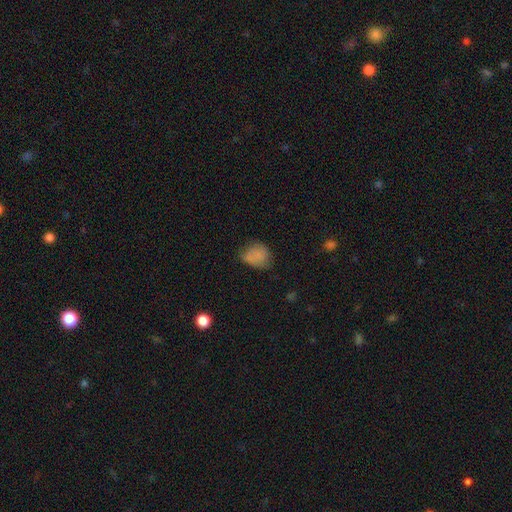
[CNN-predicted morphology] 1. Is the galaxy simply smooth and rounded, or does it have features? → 77% smooth, 12% featured or disk, 11% star or artifact.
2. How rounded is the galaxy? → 53% round, 46% in between, 1% cigar-shaped.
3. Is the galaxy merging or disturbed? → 53% none, 33% minor disturbance, 11% major disturbance, 2% merger.